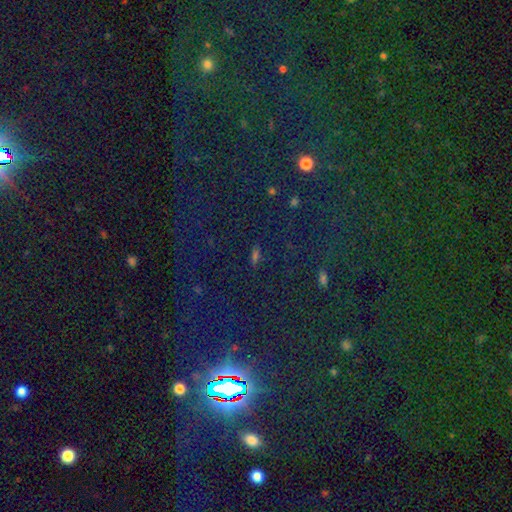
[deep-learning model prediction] This is possibly a star or artifact rather than a galaxy (54%).